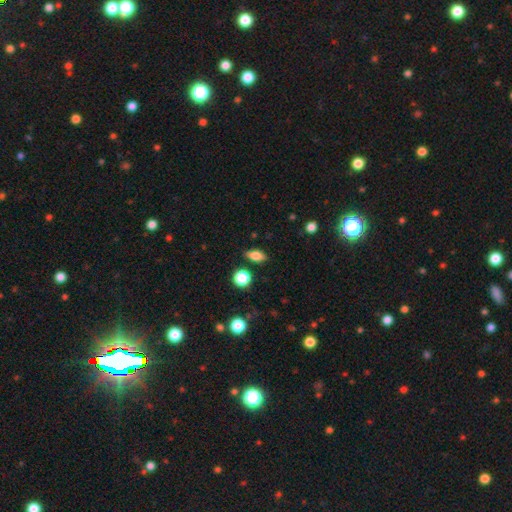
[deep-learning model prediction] The model was most divided on "smooth or featured": smooth: 76%, featured or disk: 14%, star or artifact: 10%. More confident: merging — none (84%); how rounded — in between (76%).